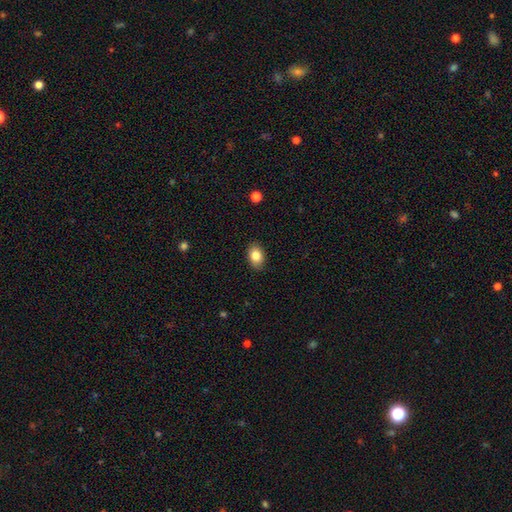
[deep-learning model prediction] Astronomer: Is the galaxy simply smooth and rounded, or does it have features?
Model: smooth — 84%.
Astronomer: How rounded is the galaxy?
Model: in between — 81%.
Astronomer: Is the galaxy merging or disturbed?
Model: none — 88%.